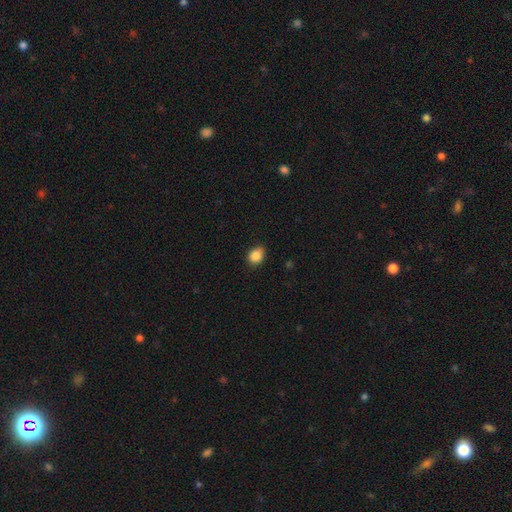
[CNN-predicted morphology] Smooth or featured: smooth — 87% (star or artifact — 9%)
How rounded: round — 51% (in between — 48%)
Merging: none — 83% (minor disturbance — 13%)